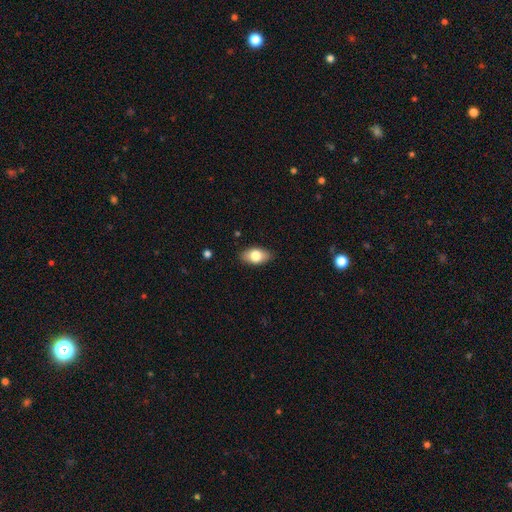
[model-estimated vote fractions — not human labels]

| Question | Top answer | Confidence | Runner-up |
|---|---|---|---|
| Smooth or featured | smooth | 77% | featured or disk (16%) |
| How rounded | in between | 91% | round (7%) |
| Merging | none | 86% | minor disturbance (11%) |